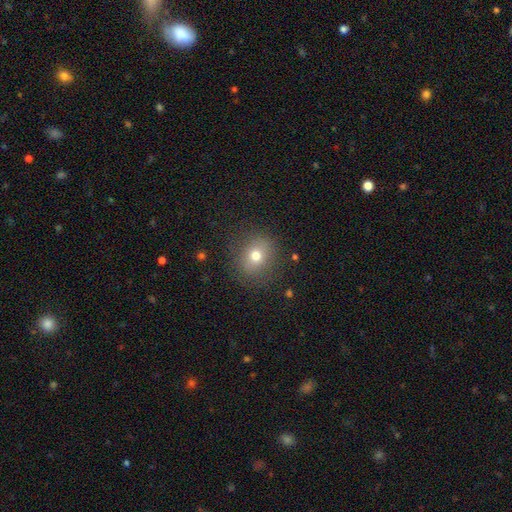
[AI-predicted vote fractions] Morphology: type=smooth (73%); roundness=round (73%); merging=none (84%).